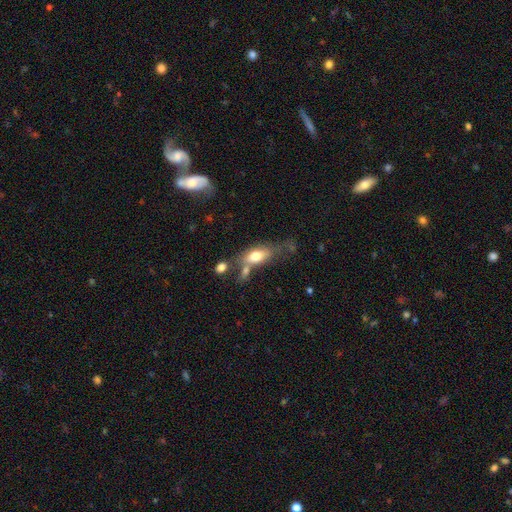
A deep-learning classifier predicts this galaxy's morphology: smooth_or_featured: smooth (p=0.66) [alt: featured or disk p=0.26]
how_rounded: in between (p=0.76) [alt: cigar-shaped p=0.19]
merging: none (p=0.42) [alt: merger p=0.24]